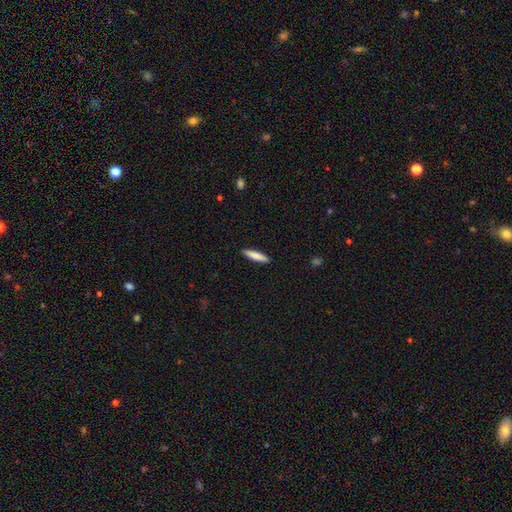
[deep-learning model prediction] Smooth or featured? smooth (80%)
How rounded? cigar-shaped (87%)
Merging? none (91%)